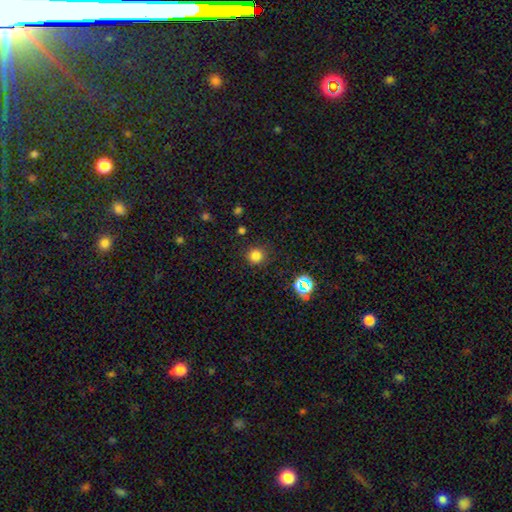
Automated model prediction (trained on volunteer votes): Smooth or featured? smooth (79%)
How rounded? round (94%)
Merging? none (88%)